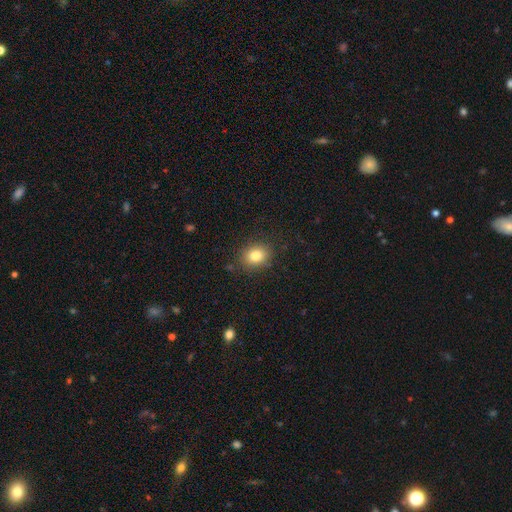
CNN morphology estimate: Smooth or featured? Predicted: smooth (p=0.81). How rounded? Predicted: round (p=0.53). Merging? Predicted: none (p=0.86).